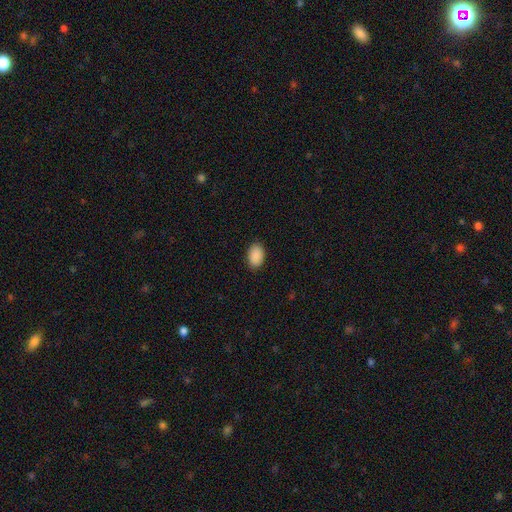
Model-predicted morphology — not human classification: This is clearly a smooth galaxy (90%). How rounded: clearly in between (89%). Merging: clearly none (89%).